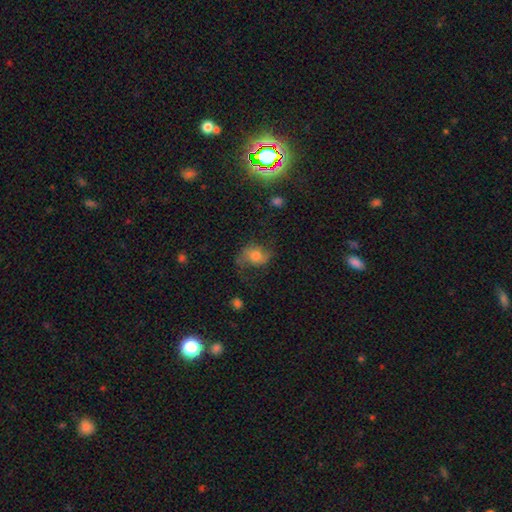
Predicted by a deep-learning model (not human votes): A featured or disk galaxy (52%).

Vote fractions:
- Smooth or featured? featured or disk: 52% / smooth: 36% / star or artifact: 12%
- Edge-on disk? no: 96% / yes: 4%
- Merging? none: 55% / minor disturbance: 22% / major disturbance: 20% / merger: 2%